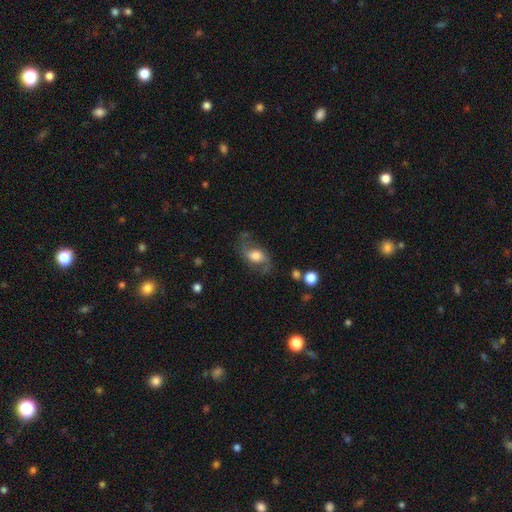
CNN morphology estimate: smooth-or-featured: featured or disk: 66% | smooth: 27% | star or artifact: 8%
  disk-edge-on: no: 94% | yes: 6%
    bar: no: 52% | weak: 37% | strong: 11%
    has-spiral-arms: yes: 89% | no: 11%
      spiral-winding: loose: 62% | medium: 31% | tight: 7%
      spiral-arm-count: 2: 91% | can't tell: 4% | 1: 3% | 3: 1% | 4: 1% | more than 4: 1%
    bulge-size: moderate: 42% | large: 40% | small: 9% | dominant: 6% | none: 3%
  merging: none: 64% | minor disturbance: 19% | major disturbance: 14% | merger: 2%